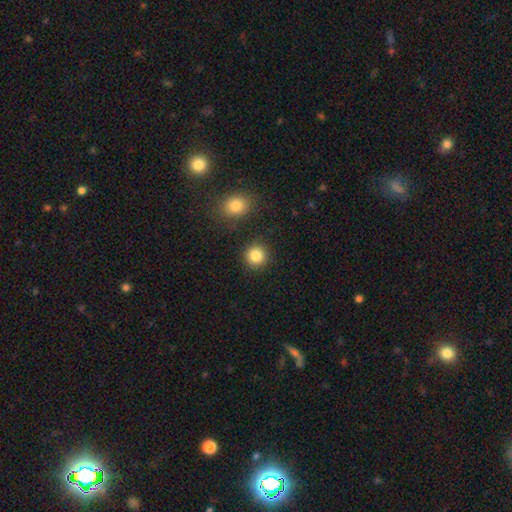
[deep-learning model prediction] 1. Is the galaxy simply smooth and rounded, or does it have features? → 86% smooth, 10% star or artifact, 5% featured or disk.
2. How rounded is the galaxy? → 92% round, 7% in between, 1% cigar-shaped.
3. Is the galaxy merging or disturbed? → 89% none, 6% minor disturbance, 3% merger, 2% major disturbance.